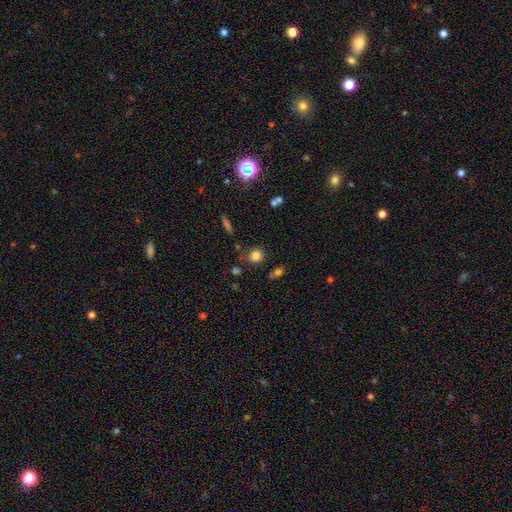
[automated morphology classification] smooth 81%, star or artifact 12%, featured or disk 6%. Down the decision tree: how rounded — round (81%); merging — none (78%).